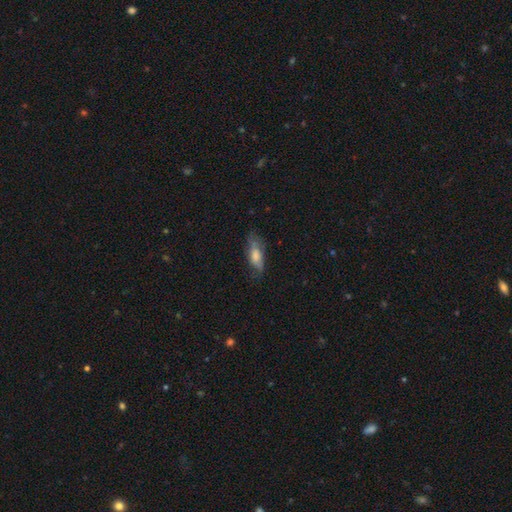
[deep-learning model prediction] This appears to be a smooth galaxy with no disk features (67%) that is in between round and cigar-shaped (70%). Merging: none (54%).